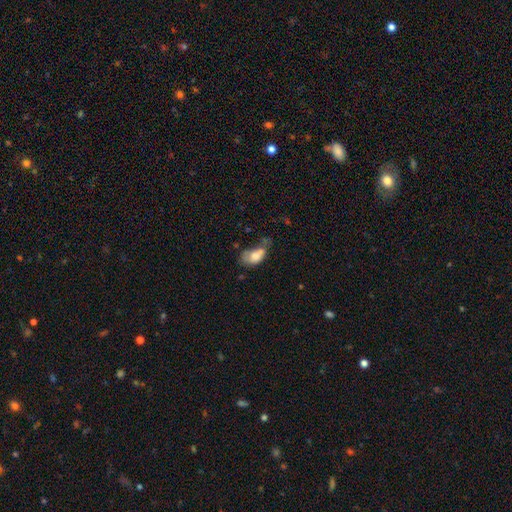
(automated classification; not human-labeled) smooth-or-featured: smooth: 69% | featured or disk: 23% | star or artifact: 9%
  how-rounded: in between: 87% | round: 10% | cigar-shaped: 3%
  merging: major disturbance: 28% | minor disturbance: 26% | merger: 25% | none: 21%